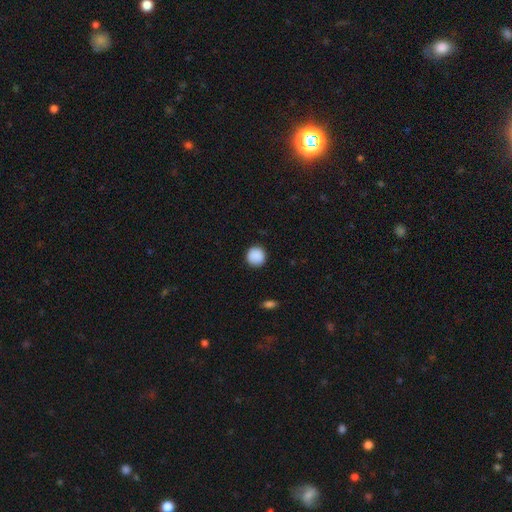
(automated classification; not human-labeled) This appears to be a smooth galaxy with no disk features (90%) that is round (95%). Merging: none (92%).